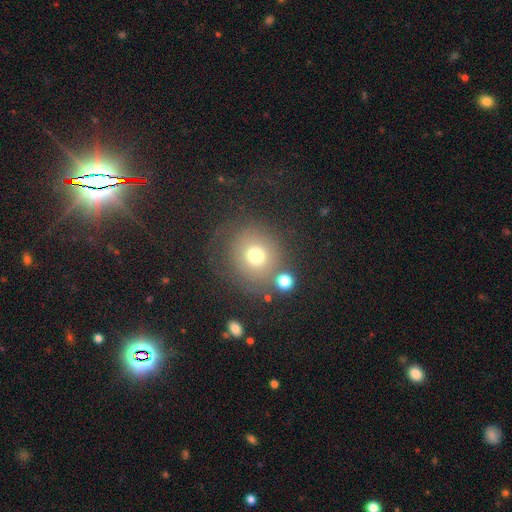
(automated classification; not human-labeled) The model was most divided on "smooth or featured": smooth: 68%, featured or disk: 17%, star or artifact: 15%. More confident: how rounded — round (87%); merging — none (67%).